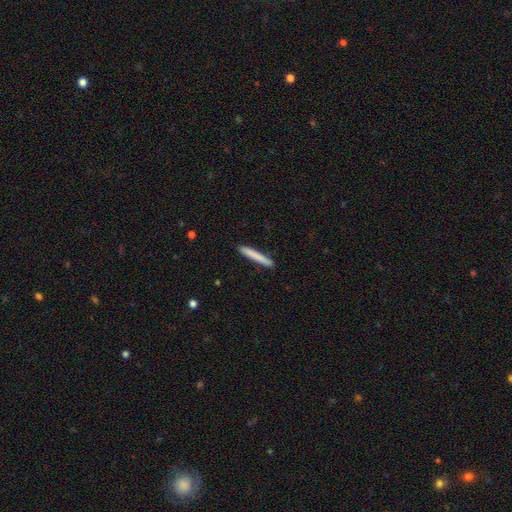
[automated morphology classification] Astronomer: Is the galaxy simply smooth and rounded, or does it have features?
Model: smooth — 79%.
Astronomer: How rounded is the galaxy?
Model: cigar-shaped — 97%.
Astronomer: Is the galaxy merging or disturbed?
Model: none — 91%.